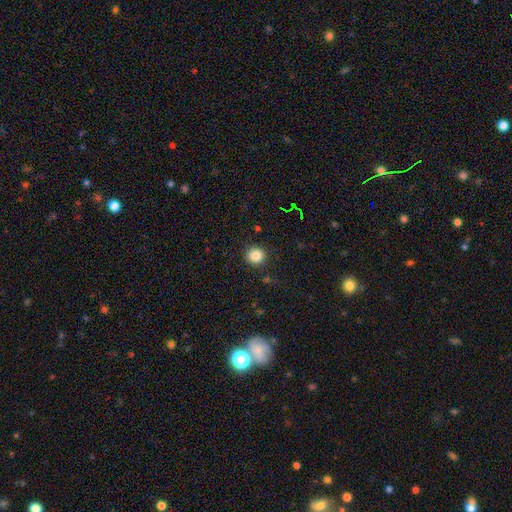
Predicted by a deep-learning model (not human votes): Morphology: type=smooth (85%); roundness=round (93%); merging=none (90%).